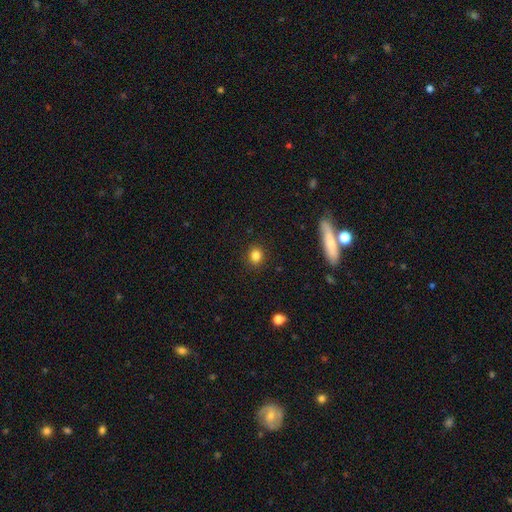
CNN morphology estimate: Smooth or featured? Predicted: smooth (p=0.83). How rounded? Predicted: round (p=0.75). Merging? Predicted: none (p=0.89).